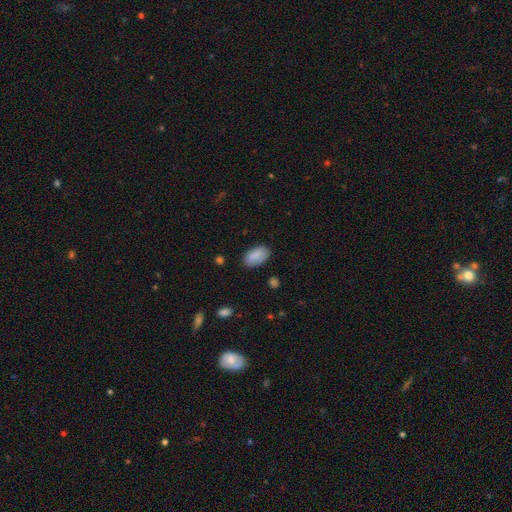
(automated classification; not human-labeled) The model was most divided on "merging": none: 82%, minor disturbance: 13%, major disturbance: 3%, merger: 1%. More confident: how rounded — in between (94%); smooth or featured — smooth (88%).